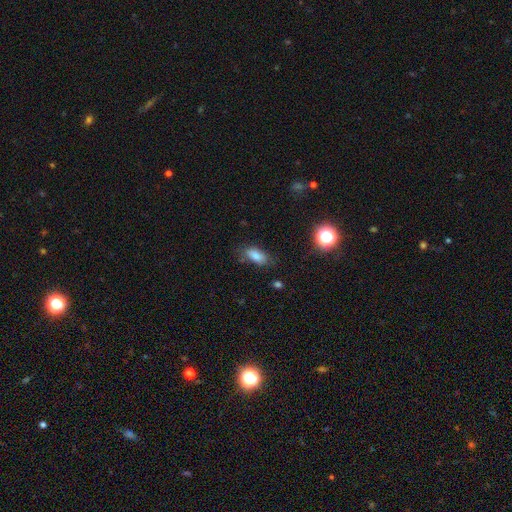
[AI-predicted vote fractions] The model was most divided on "merging": none: 71%, minor disturbance: 21%, major disturbance: 6%, merger: 2%. More confident: how rounded — in between (87%); smooth or featured — smooth (80%).